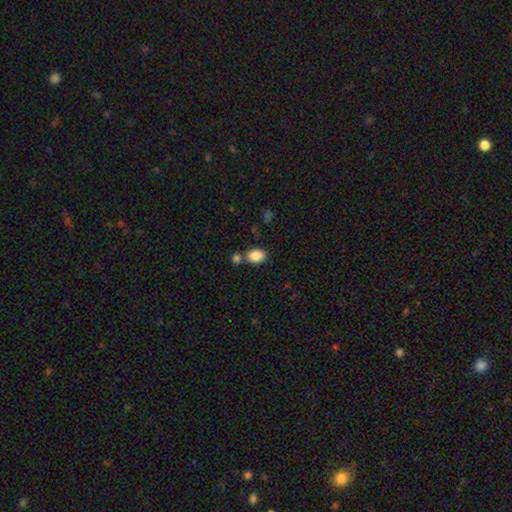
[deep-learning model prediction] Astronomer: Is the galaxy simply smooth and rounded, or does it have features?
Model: smooth — 87%.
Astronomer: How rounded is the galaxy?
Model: in between — 79%.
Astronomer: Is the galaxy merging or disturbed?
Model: none — 65%.